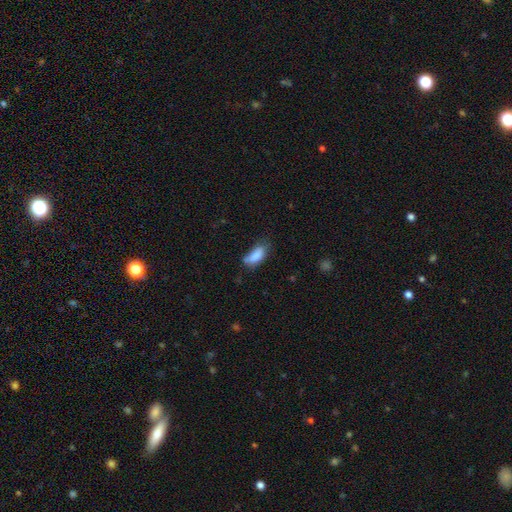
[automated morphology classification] Smooth or featured: smooth — 84% (featured or disk — 8%)
How rounded: in between — 86% (cigar-shaped — 11%)
Merging: none — 44% (minor disturbance — 35%)